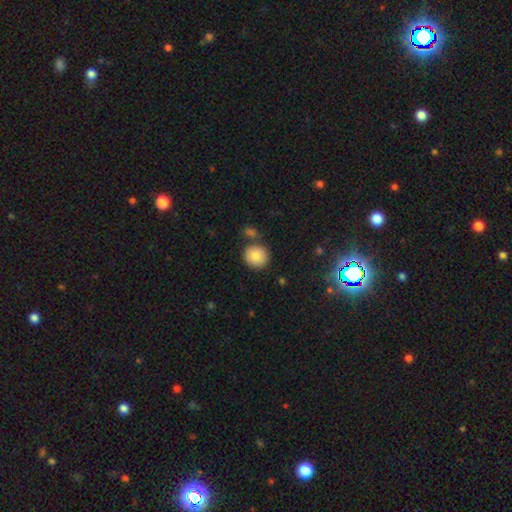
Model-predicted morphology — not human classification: smooth-or-featured: smooth: 85% | star or artifact: 8% | featured or disk: 7%
  how-rounded: round: 89% | in between: 10% | cigar-shaped: 1%
  merging: none: 76% | merger: 12% | minor disturbance: 10% | major disturbance: 3%